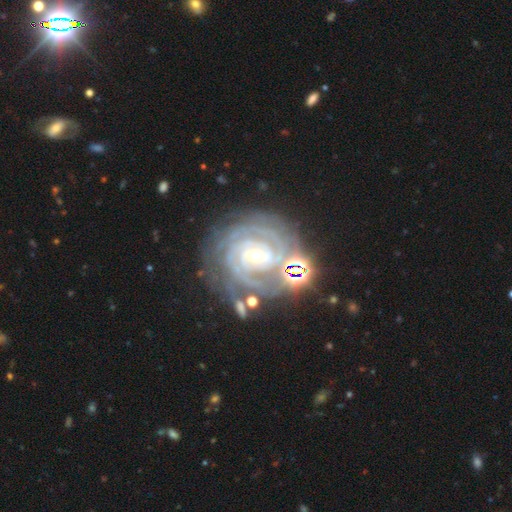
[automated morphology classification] type=featured or disk (90%); edge-on=no (97%); bar=weak (42%); spiral arms=yes (98%); winding=tight (82%); arm count=3 (25%); bulge=moderate (52%); merging=none (67%).